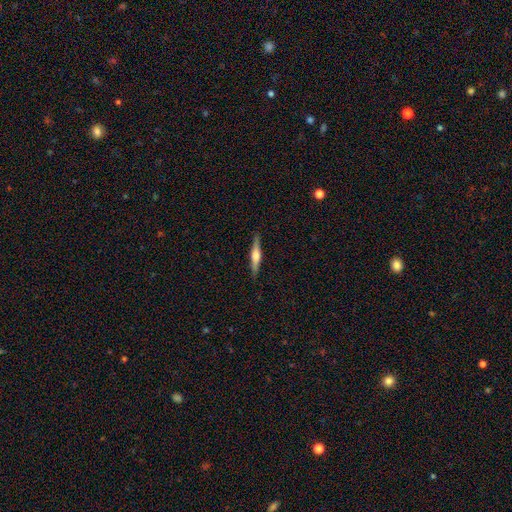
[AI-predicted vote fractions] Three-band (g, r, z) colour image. It shows a featured or disk galaxy (63%) viewed edge-on (97%) with a rounded central bulge (83%). Merging: none (89%).